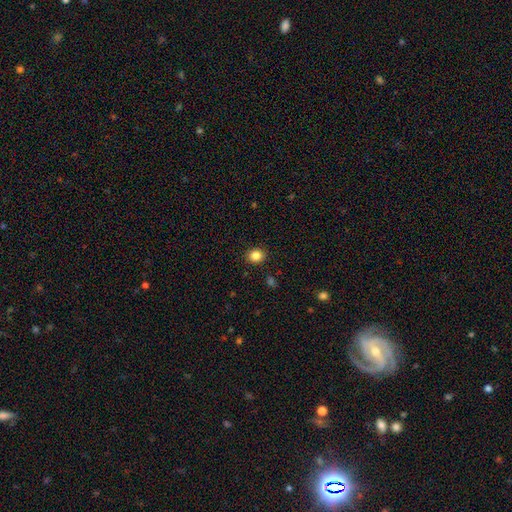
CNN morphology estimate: Q: Smooth or featured?
A: smooth (85%); runner-up: star or artifact (11%)
Q: How rounded?
A: round (68%); runner-up: in between (31%)
Q: Merging?
A: none (90%); runner-up: minor disturbance (6%)